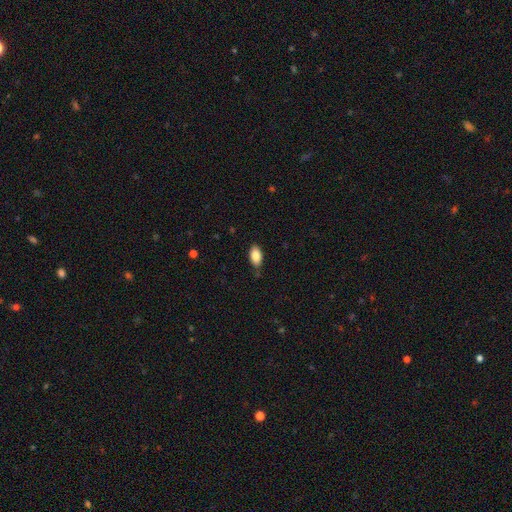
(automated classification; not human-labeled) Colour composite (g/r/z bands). It shows a smooth galaxy with no disk features (86%) that is in between round and cigar-shaped (93%). Merging: none (79%).